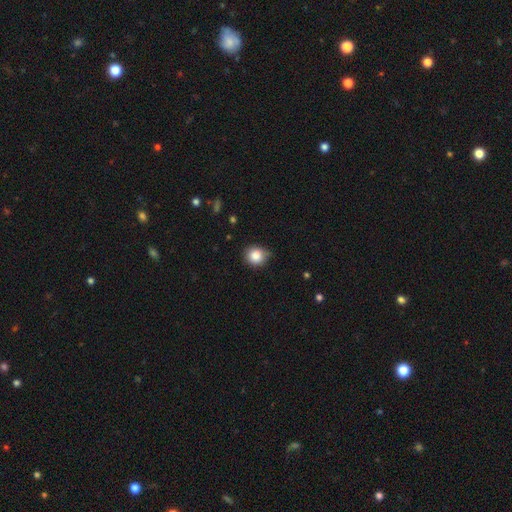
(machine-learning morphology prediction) Overall: smooth (85%). How rounded: round (83%). Merging: none (73%).